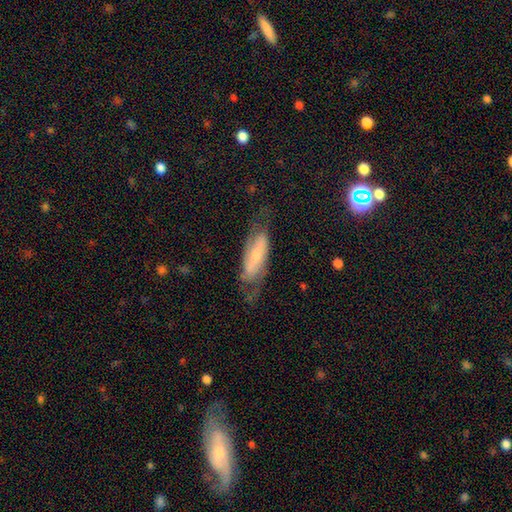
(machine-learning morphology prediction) type=featured or disk (65%); edge-on=no (83%); bar=no (37%); spiral arms=yes (84%); bulge=small (57%); merging=none (62%).